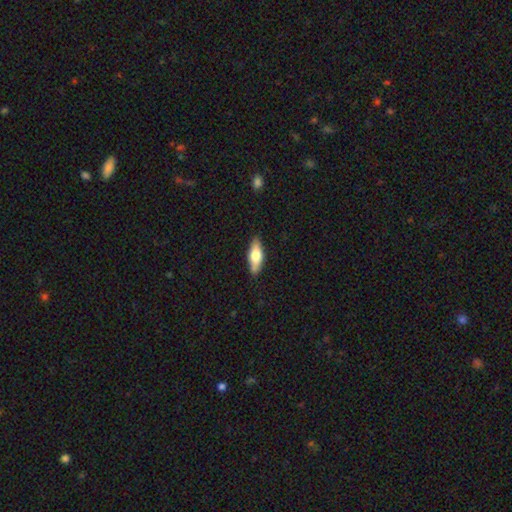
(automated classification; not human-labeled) This appears to be a smooth galaxy with no disk features (64%) that is in between round and cigar-shaped (64%). Merging: none (85%).